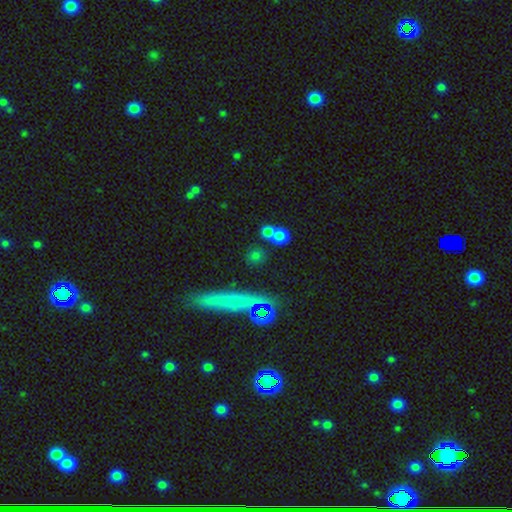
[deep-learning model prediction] This appears to be a smooth galaxy with no disk features (70%) that is round (78%). Merging: none (59%).